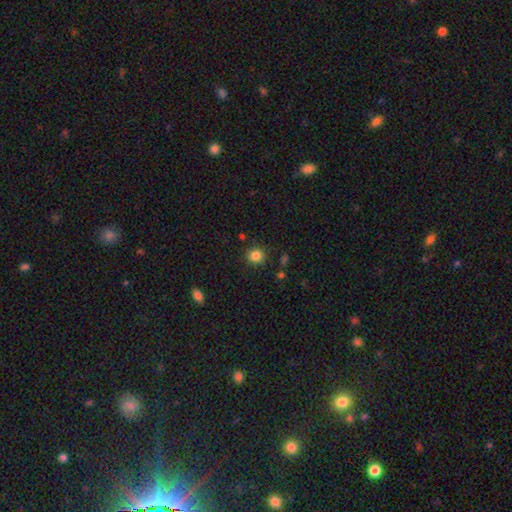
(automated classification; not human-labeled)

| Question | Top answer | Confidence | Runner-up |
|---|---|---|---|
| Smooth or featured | smooth | 84% | star or artifact (11%) |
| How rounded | round | 88% | in between (11%) |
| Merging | none | 88% | minor disturbance (7%) |